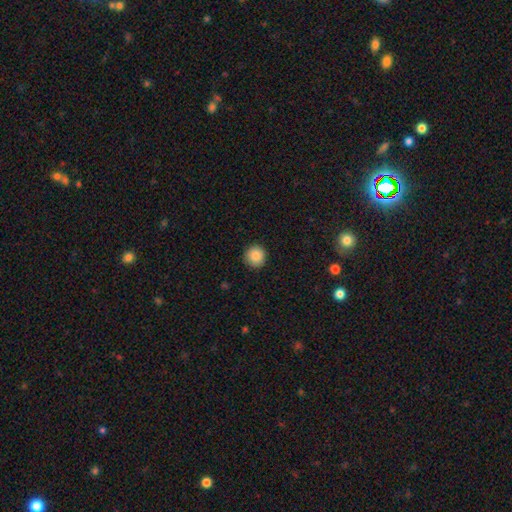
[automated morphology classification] The model was most divided on "smooth or featured": smooth: 87%, star or artifact: 9%, featured or disk: 4%. More confident: how rounded — round (95%); merging — none (91%).